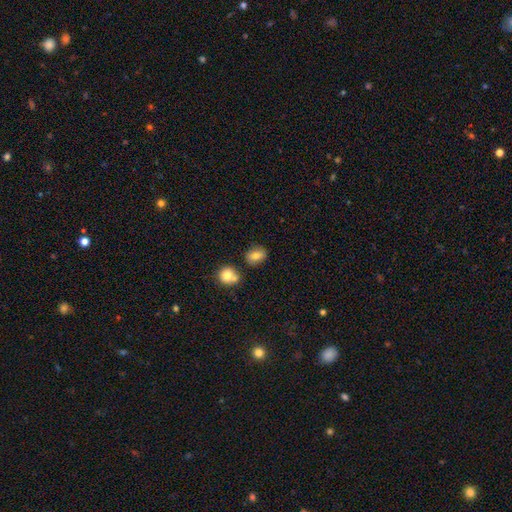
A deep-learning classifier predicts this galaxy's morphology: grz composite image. It shows a smooth galaxy with no disk features (78%) that is round (49%, tied with in between). Merging: none (74%).